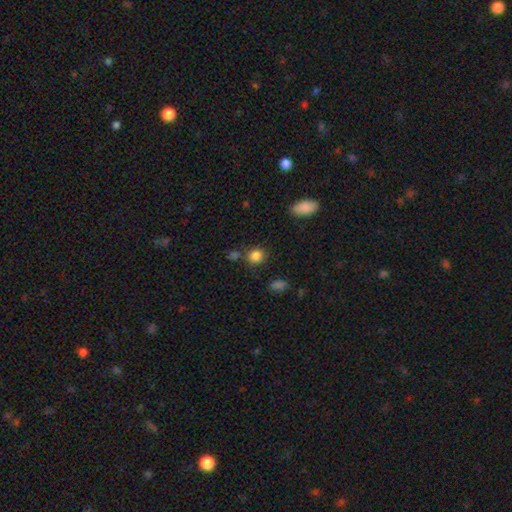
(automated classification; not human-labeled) smooth 84%, star or artifact 11%, featured or disk 4%. Down the decision tree: how rounded — round (82%); merging — none (76%).